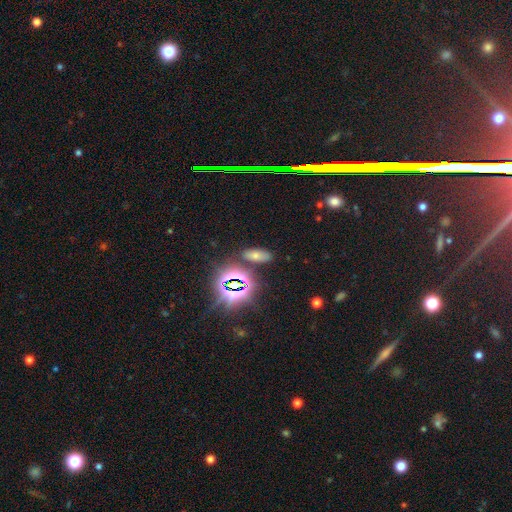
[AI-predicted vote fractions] smooth-or-featured: smooth: 51% | star or artifact: 35% | featured or disk: 14%
  how-rounded: in between: 79% | cigar-shaped: 14% | round: 7%
  merging: none: 81% | minor disturbance: 10% | merger: 5% | major disturbance: 4%